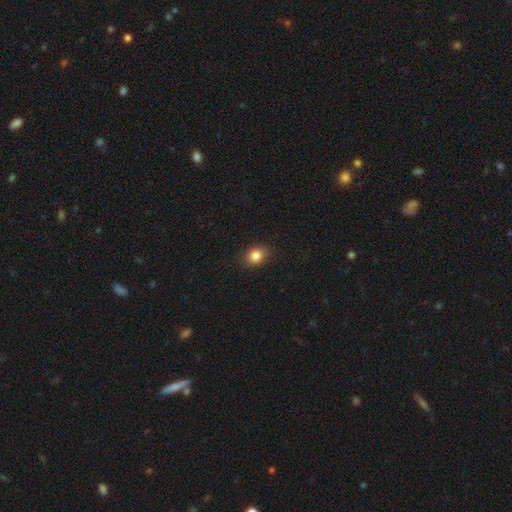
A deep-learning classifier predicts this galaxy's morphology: Smooth or featured? Predicted: smooth (p=0.84). How rounded? Predicted: in between (p=0.54). Merging? Predicted: none (p=0.87).